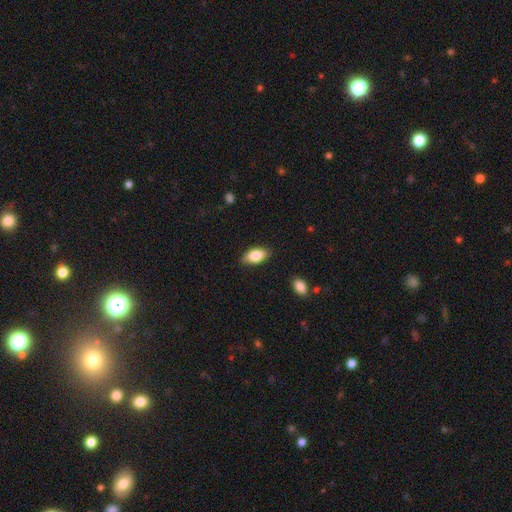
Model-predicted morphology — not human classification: Overall: smooth (85%). How rounded: in between (92%). Merging: none (86%).